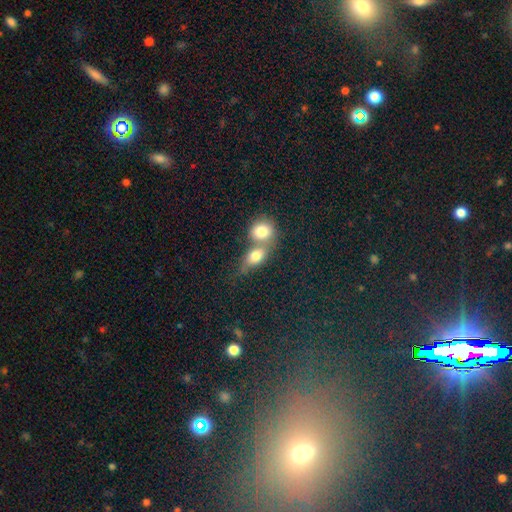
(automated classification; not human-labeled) smooth-or-featured: smooth: 77% | featured or disk: 14% | star or artifact: 9%
  how-rounded: in between: 53% | round: 43% | cigar-shaped: 4%
  merging: merger: 65% | none: 24% | minor disturbance: 7% | major disturbance: 4%